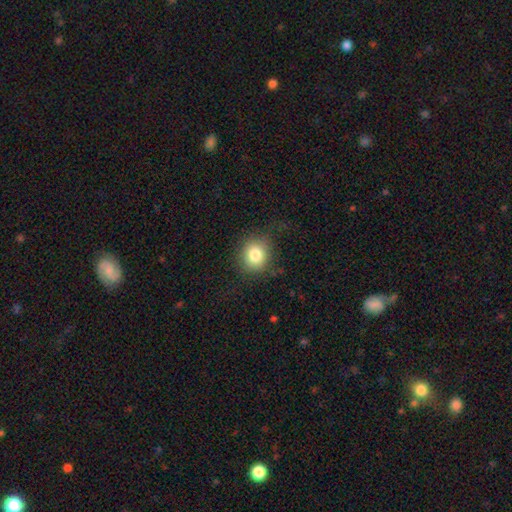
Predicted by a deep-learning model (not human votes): This is clearly a smooth galaxy (81%). How rounded: clearly round (82%). Merging: likely none (80%).